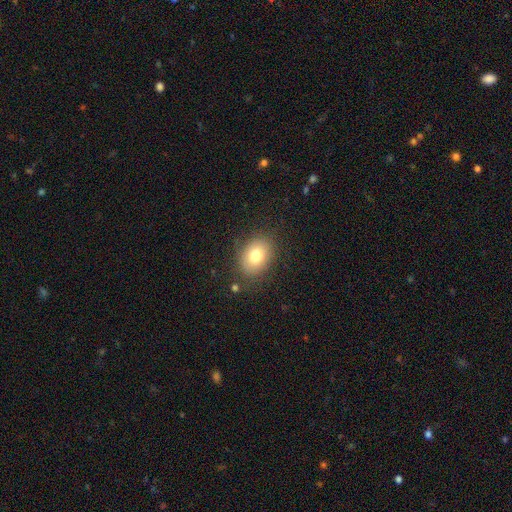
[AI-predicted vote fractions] A smooth galaxy with no disk features (78%) that is in between round and cigar-shaped (68%). Merging: none (83%).